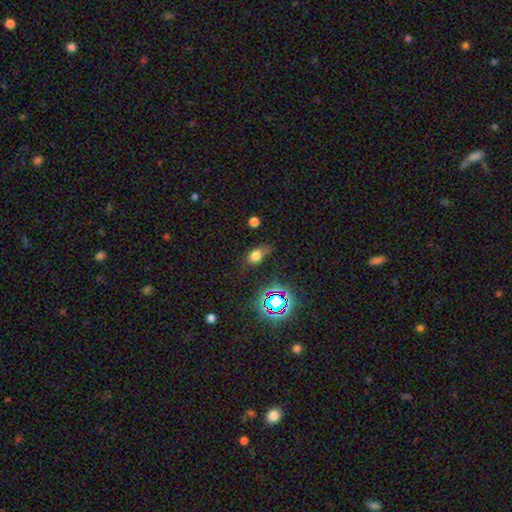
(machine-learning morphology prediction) Q: Smooth or featured?
A: smooth (70%); runner-up: star or artifact (21%)
Q: How rounded?
A: in between (70%); runner-up: round (27%)
Q: Merging?
A: none (60%); runner-up: minor disturbance (27%)